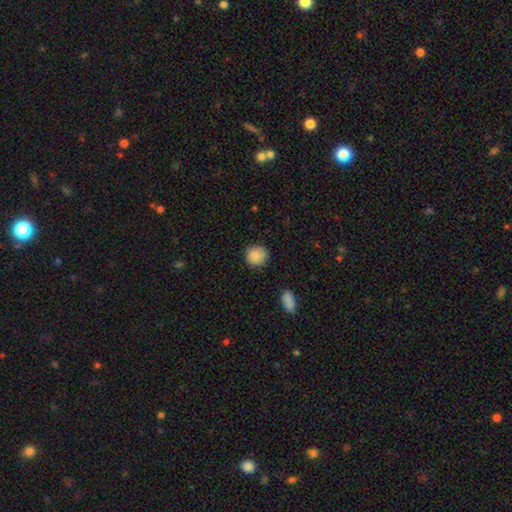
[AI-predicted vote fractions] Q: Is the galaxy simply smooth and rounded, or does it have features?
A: smooth — 88%.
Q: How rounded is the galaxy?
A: round — 91%.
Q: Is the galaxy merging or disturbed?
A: none — 88%.